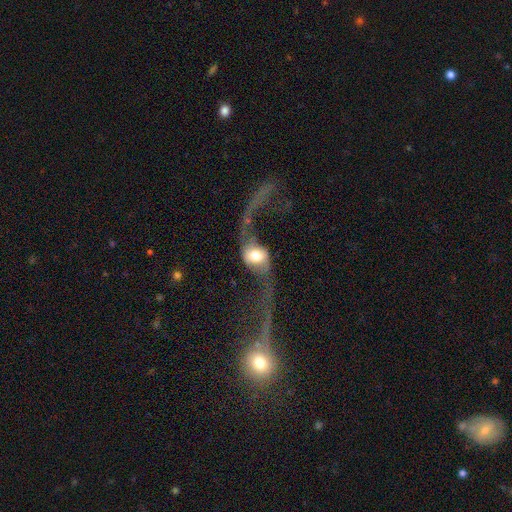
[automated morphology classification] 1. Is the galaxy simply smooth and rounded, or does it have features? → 72% featured or disk, 21% smooth, 7% star or artifact.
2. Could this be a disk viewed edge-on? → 84% no, 16% yes.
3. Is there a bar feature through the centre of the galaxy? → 52% no, 29% weak, 19% strong.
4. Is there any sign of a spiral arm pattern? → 81% yes, 19% no.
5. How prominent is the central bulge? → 43% moderate, 34% large, 13% dominant, 7% small, 2% none.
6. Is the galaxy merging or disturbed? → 47% major disturbance, 32% none, 12% minor disturbance, 9% merger.